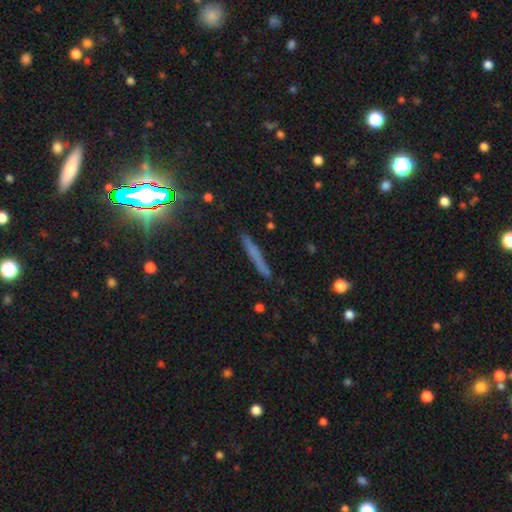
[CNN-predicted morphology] Smooth or featured? smooth (51%)
How rounded? cigar-shaped (94%)
Merging? none (85%)